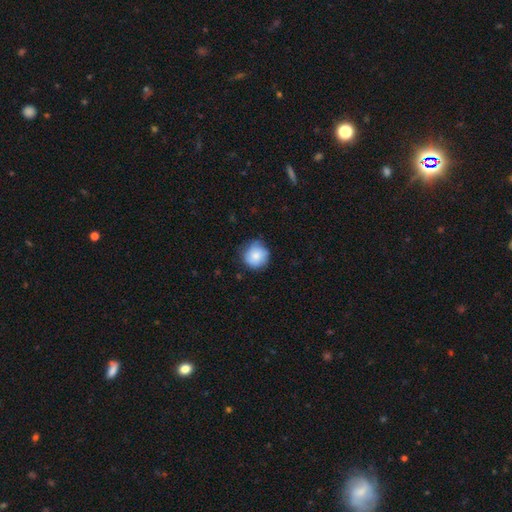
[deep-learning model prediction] smooth_or_featured: smooth (p=0.80) [alt: featured or disk p=0.12]
how_rounded: round (p=0.93) [alt: in between p=0.06]
merging: none (p=0.73) [alt: minor disturbance p=0.22]